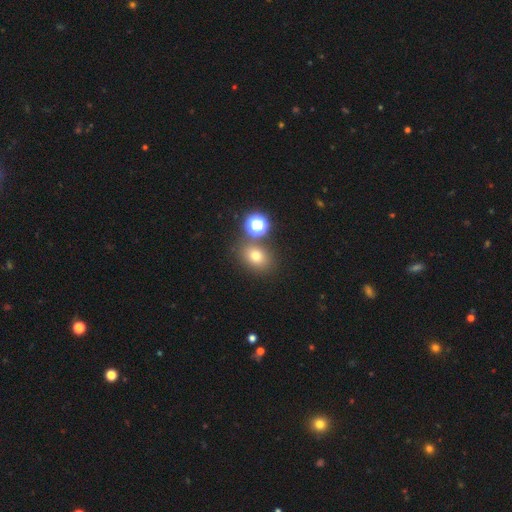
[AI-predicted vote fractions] A smooth galaxy with no disk features (71%) that is round (49%, tied with in between).

Vote fractions:
- Smooth or featured? smooth: 71% / star or artifact: 19% / featured or disk: 10%
- How rounded? round: 49% (tied) / in between: 49% (tied) / cigar-shaped: 1%
- Merging? none: 73% / merger: 13% / minor disturbance: 11% / major disturbance: 4%